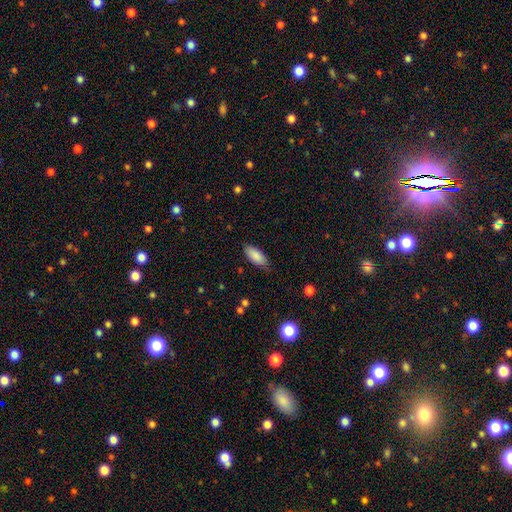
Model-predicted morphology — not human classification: A smooth galaxy with no disk features (87%) that is in between round and cigar-shaped (85%).

Vote fractions:
- Smooth or featured? smooth: 87% / featured or disk: 7% / star or artifact: 6%
- How rounded? in between: 85% / cigar-shaped: 13% / round: 2%
- Merging? none: 75% / minor disturbance: 20% / major disturbance: 3% / merger: 1%